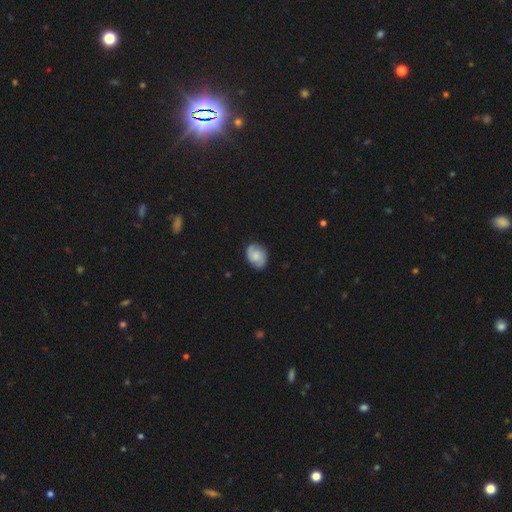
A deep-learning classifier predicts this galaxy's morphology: Smooth or featured?
  - featured or disk: 60% *
  - smooth: 33%
  - star or artifact: 7%
Edge-on disk?
  - no: 97% *
  - yes: 3%
Bar?
  - no: 60% *
  - weak: 35%
  - strong: 5%
Spiral arms?
  - yes: 92% *
  - no: 8%
Spiral winding?
  - medium: 45% *
  - tight: 38%
  - loose: 16%
Spiral arm count?
  - 2: 85% *
  - can't tell: 8%
  - 3: 3%
  - 1: 2%
  - 4: 1%
  - more than 4: 1%
Bulge size?
  - moderate: 40% *
  - small: 37%
  - none: 16%
  - large: 6%
  - dominant: 2%
Merging?
  - none: 81% *
  - minor disturbance: 14%
  - major disturbance: 3%
  - merger: 1%